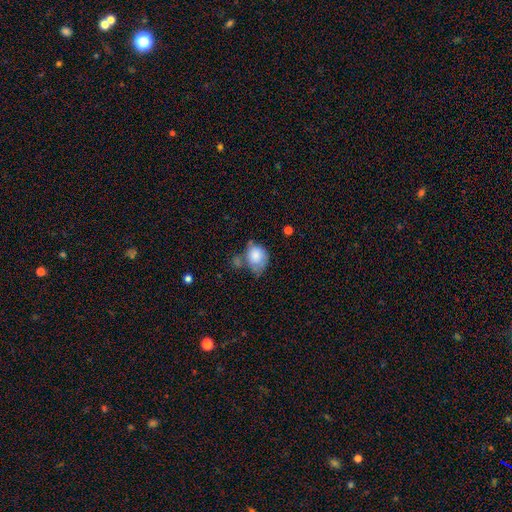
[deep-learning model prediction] Smooth or featured?
  - smooth: 79% *
  - featured or disk: 14%
  - star or artifact: 7%
How rounded?
  - in between: 54% *
  - round: 45%
  - cigar-shaped: 1%
Merging?
  - minor disturbance: 32% *
  - none: 30%
  - merger: 20%
  - major disturbance: 18%